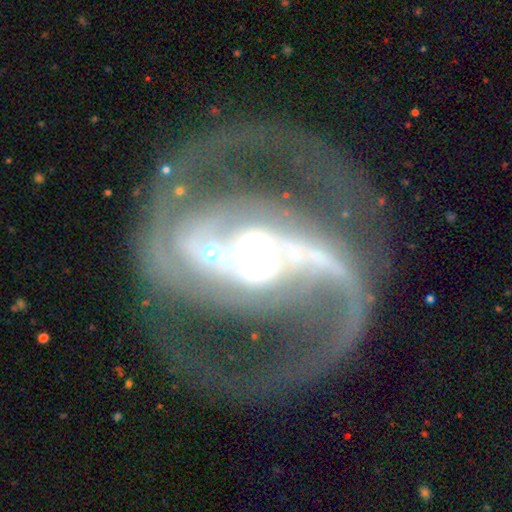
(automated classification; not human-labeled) A featured or disk galaxy (92%) with a strong bar (60%), 2 (92%) medium (61%) spiral arms (97%) and a moderate central bulge (56%).

Vote fractions:
- Smooth or featured? featured or disk: 92% / star or artifact: 5% / smooth: 3%
- Edge-on disk? no: 97% / yes: 3%
- Bar? strong: 60% / weak: 24% / no: 16%
- Spiral arms? yes: 97% / no: 3%
- Spiral winding? medium: 61% / tight: 22% / loose: 17%
- Spiral arm count? 2: 92% / 3: 2% / can't tell: 2% / 1: 2% / 4: 1% / more than 4: 1%
- Bulge size? moderate: 56% / large: 24% / small: 14% / dominant: 4% / none: 1%
- Merging? none: 71% / minor disturbance: 13% / major disturbance: 12% / merger: 4%